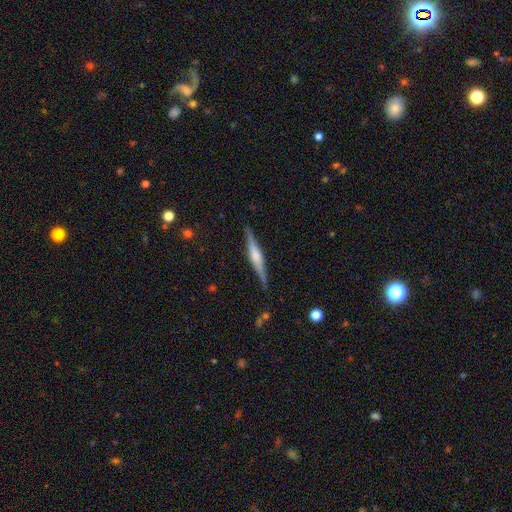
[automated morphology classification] Smooth or featured? featured or disk (68%)
Edge-on disk? yes (97%)
Edge-on bulge? rounded (63%)
Merging? none (87%)